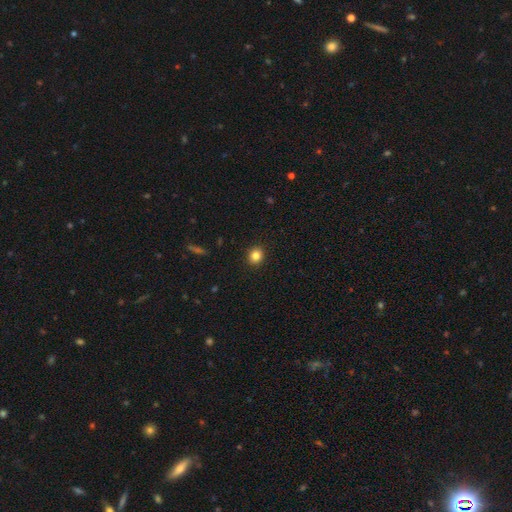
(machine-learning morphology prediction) Smooth or featured: smooth — 83% (star or artifact — 11%)
How rounded: round — 82% (in between — 17%)
Merging: none — 92% (minor disturbance — 5%)